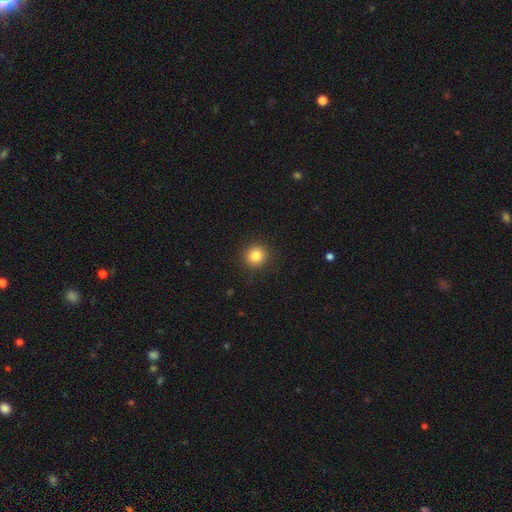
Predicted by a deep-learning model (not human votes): This appears to be a smooth galaxy with no disk features (84%) that is round (92%). Merging: none (91%).